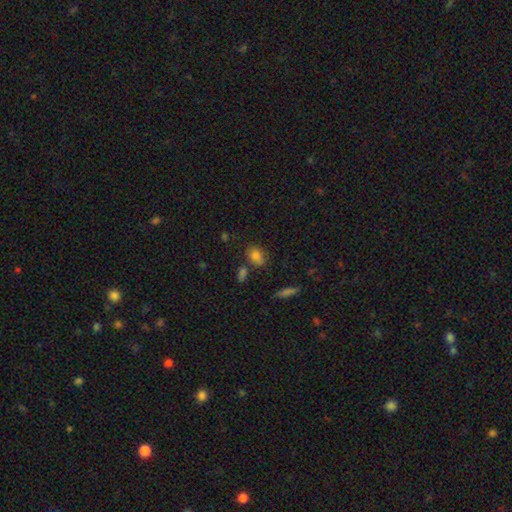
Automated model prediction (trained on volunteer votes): The model was most divided on "merging": none: 65%, minor disturbance: 18%, merger: 12%, major disturbance: 5%. More confident: how rounded — in between (80%); smooth or featured — smooth (79%).